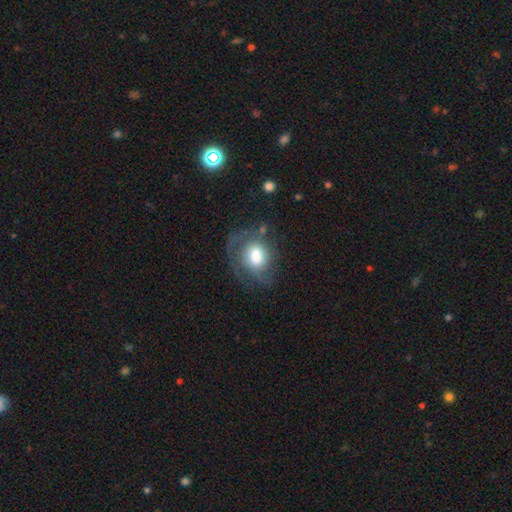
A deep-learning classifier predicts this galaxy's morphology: This appears to be a smooth galaxy with no disk features (48%). Merging: none (46%).